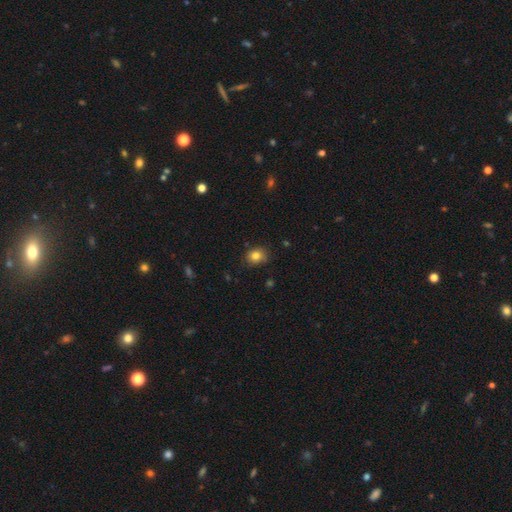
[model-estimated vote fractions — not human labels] Overall: smooth (81%). How rounded: round (60%; in between 39%). Merging: none (78%).